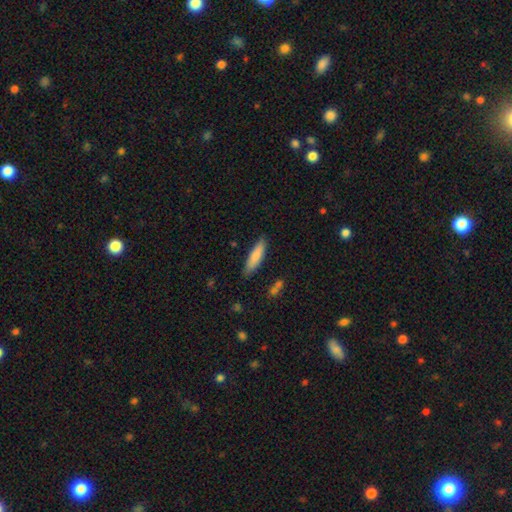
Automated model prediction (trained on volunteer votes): Q: Smooth or featured?
A: smooth (81%); runner-up: featured or disk (14%)
Q: How rounded?
A: cigar-shaped (70%); runner-up: in between (28%)
Q: Merging?
A: none (83%); runner-up: minor disturbance (12%)